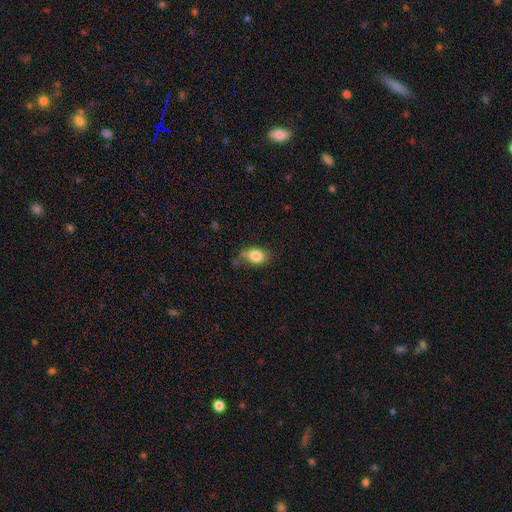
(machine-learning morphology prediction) type=smooth (83%); roundness=in between (65%); merging=none (60%).